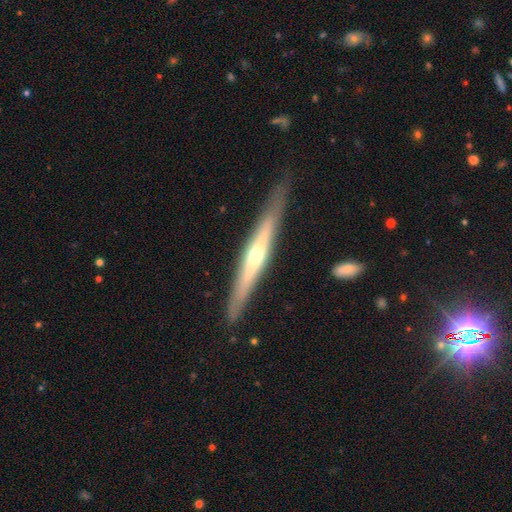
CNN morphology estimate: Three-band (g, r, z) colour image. It shows a featured or disk galaxy (72%) viewed edge-on (95%) with a rounded central bulge (80%). Merging: none (86%).